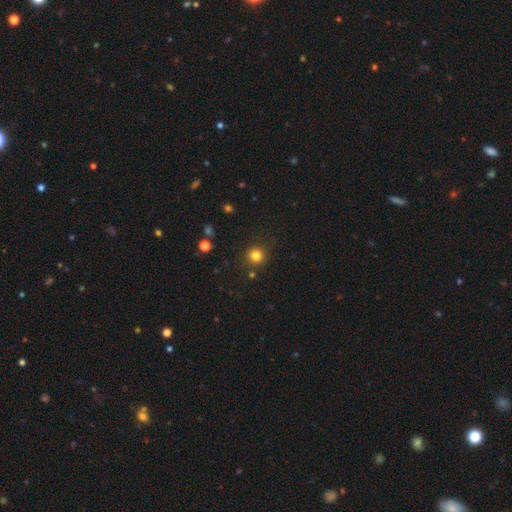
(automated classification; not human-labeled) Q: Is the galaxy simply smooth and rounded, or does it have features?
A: smooth — 81%.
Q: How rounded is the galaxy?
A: round — 93%.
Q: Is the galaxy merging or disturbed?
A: none — 87%.